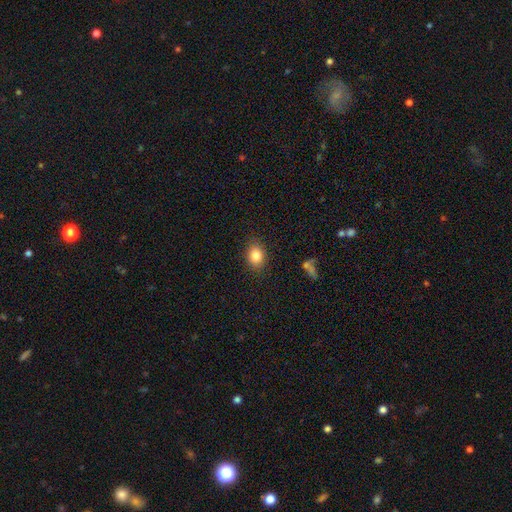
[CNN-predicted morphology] Q: Smooth or featured?
A: smooth (85%); runner-up: star or artifact (9%)
Q: How rounded?
A: in between (62%); runner-up: round (36%)
Q: Merging?
A: none (85%); runner-up: minor disturbance (11%)